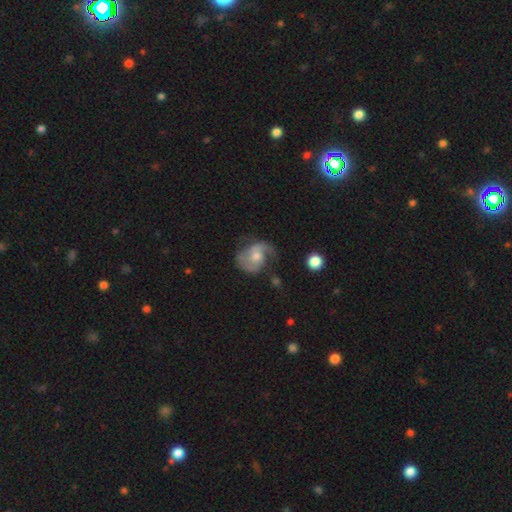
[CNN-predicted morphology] A featured or disk galaxy (79%) with no bar (62%), 2 (75%) medium (47%) spiral arms (94%) and a moderate central bulge (53%).

Vote fractions:
- Smooth or featured? featured or disk: 79% / smooth: 15% / star or artifact: 6%
- Edge-on disk? no: 98% / yes: 2%
- Bar? no: 62% / weak: 32% / strong: 5%
- Spiral arms? yes: 94% / no: 6%
- Spiral winding? medium: 47% / loose: 37% / tight: 17%
- Spiral arm count? 2: 75% / 1: 13% / can't tell: 6% / 3: 3% / 4: 1% / more than 4: 1%
- Bulge size? moderate: 53% / small: 37% / large: 5% / none: 4% / dominant: 1%
- Merging? none: 50% / minor disturbance: 25% / major disturbance: 22% / merger: 4%